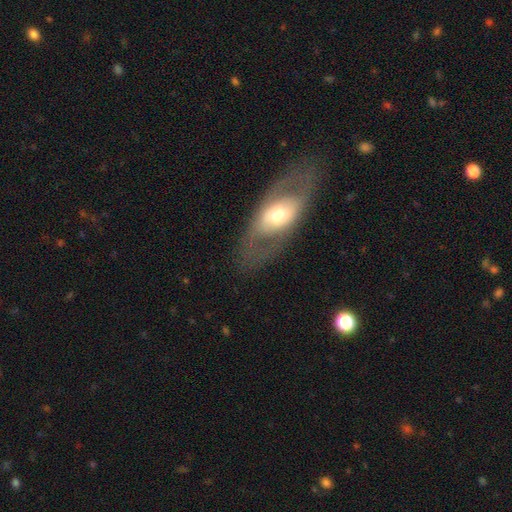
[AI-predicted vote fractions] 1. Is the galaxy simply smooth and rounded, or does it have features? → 63% featured or disk, 30% smooth, 7% star or artifact.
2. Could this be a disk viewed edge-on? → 82% no, 18% yes.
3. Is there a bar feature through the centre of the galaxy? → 58% no, 25% weak, 17% strong.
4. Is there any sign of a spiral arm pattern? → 61% no, 39% yes.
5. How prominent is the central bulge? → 62% moderate, 19% small, 16% large, 2% dominant, 1% none.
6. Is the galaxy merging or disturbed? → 81% none, 12% minor disturbance, 6% major disturbance, 1% merger.